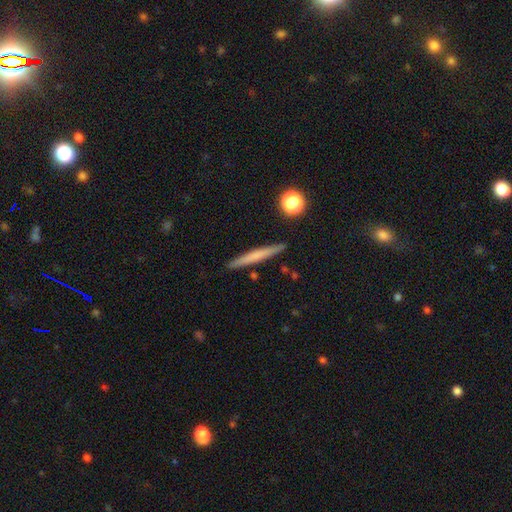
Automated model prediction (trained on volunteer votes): A smooth galaxy with no disk features (58%) that is cigar-shaped (96%).

Vote fractions:
- Smooth or featured? smooth: 58% / featured or disk: 36% / star or artifact: 7%
- How rounded? cigar-shaped: 96% / in between: 3% / round: 2%
- Merging? none: 90% / minor disturbance: 7% / merger: 2% / major disturbance: 2%